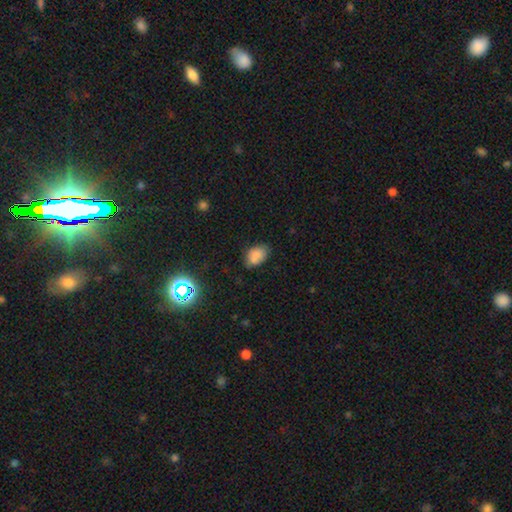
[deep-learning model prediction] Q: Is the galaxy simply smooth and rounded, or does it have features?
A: smooth — 78%.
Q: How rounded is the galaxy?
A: in between — 82%.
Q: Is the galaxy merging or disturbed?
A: none — 64%.